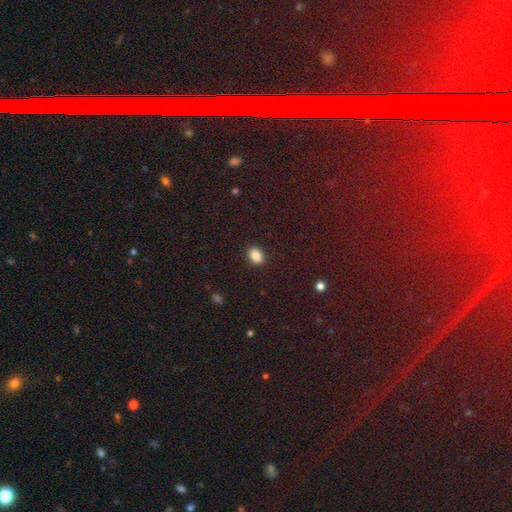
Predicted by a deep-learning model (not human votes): Smooth or featured? smooth (86%)
How rounded? in between (73%)
Merging? none (89%)